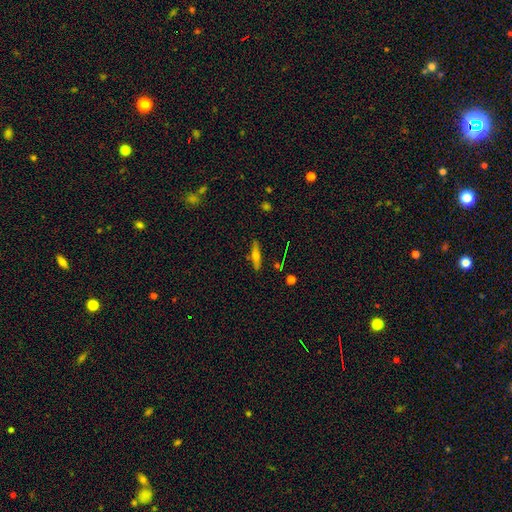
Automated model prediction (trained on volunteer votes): smooth-or-featured: featured or disk: 48% | smooth: 43% | star or artifact: 9%
  merging: none: 84% | minor disturbance: 10% | merger: 3% | major disturbance: 3%